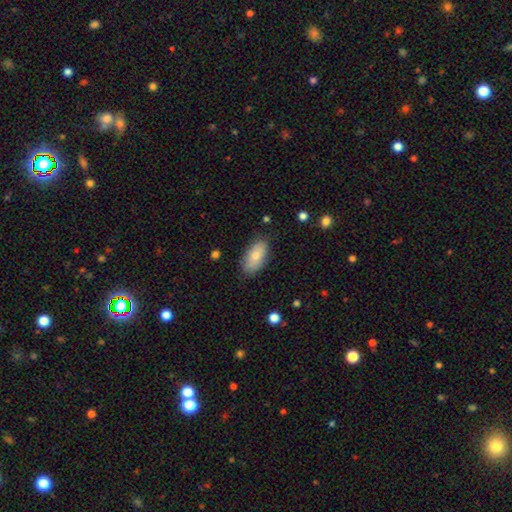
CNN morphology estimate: type=smooth (78%); roundness=in between (92%); merging=none (80%).